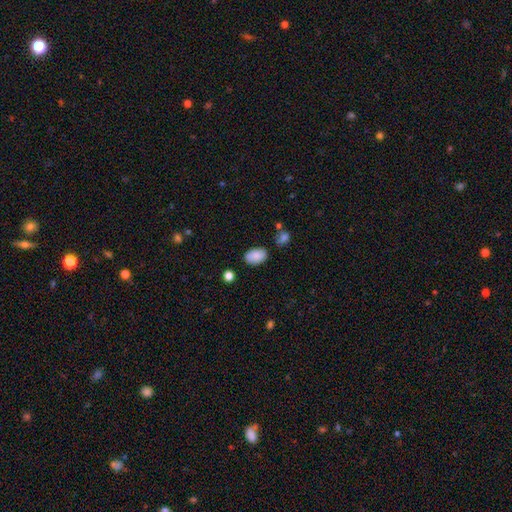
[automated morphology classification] type=smooth (87%); roundness=in between (92%); merging=none (78%).